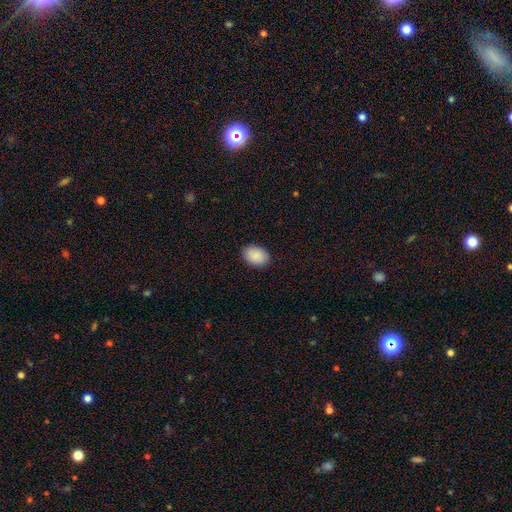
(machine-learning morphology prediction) smooth 90%, star or artifact 6%, featured or disk 4%. Down the decision tree: how rounded — in between (78%); merging — none (89%).